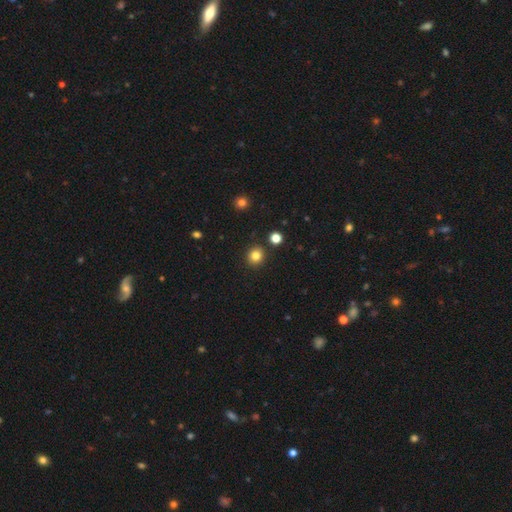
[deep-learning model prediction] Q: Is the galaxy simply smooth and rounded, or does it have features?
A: smooth — 82%.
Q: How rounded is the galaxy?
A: round — 87%.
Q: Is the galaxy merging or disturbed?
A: none — 89%.